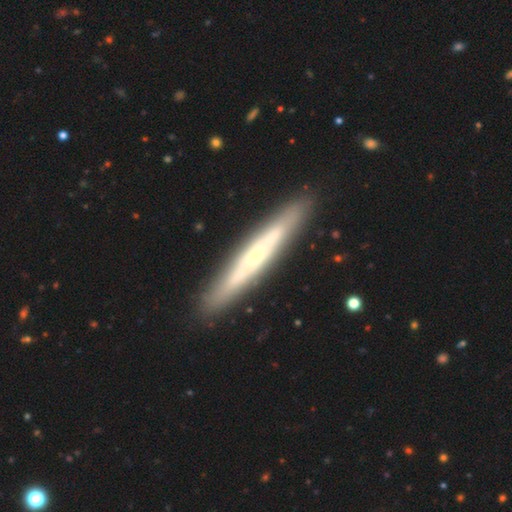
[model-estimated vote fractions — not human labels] This is likely a featured or disk galaxy (66%). It is clearly viewed edge-on (82%). Edge-on bulge: possibly none (50%). Merging: clearly none (89%).